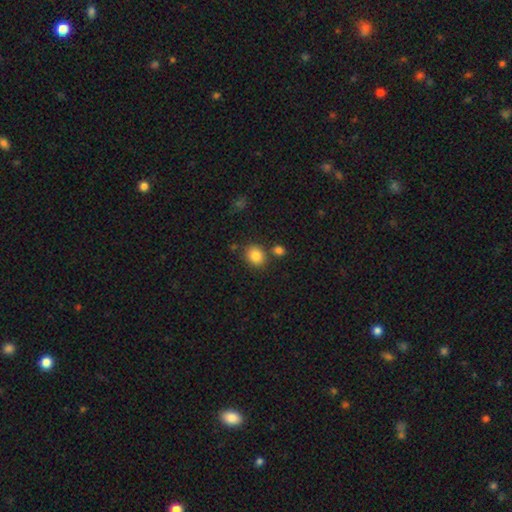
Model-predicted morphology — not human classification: Q: Smooth or featured?
A: smooth (84%); runner-up: star or artifact (10%)
Q: How rounded?
A: round (64%); runner-up: in between (35%)
Q: Merging?
A: none (76%); runner-up: merger (10%)